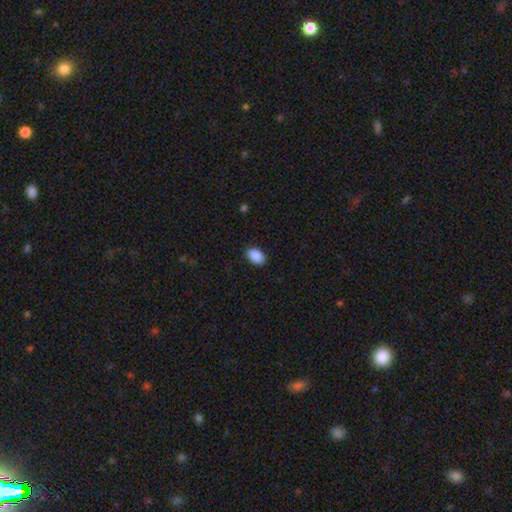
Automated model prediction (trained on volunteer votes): Smooth or featured?
  - smooth: 90% *
  - star or artifact: 7%
  - featured or disk: 3%
How rounded?
  - in between: 88% *
  - round: 10%
  - cigar-shaped: 1%
Merging?
  - none: 87% *
  - minor disturbance: 10%
  - major disturbance: 2%
  - merger: 1%